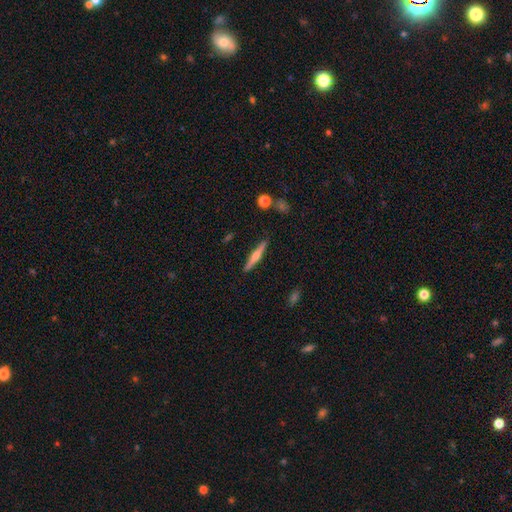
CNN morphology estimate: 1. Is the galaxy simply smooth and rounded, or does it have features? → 64% featured or disk, 30% smooth, 6% star or artifact.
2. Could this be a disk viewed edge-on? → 98% yes, 2% no.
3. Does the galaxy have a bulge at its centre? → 88% rounded, 6% none, 6% boxy.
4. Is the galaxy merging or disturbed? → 91% none, 6% minor disturbance, 1% major disturbance, 1% merger.